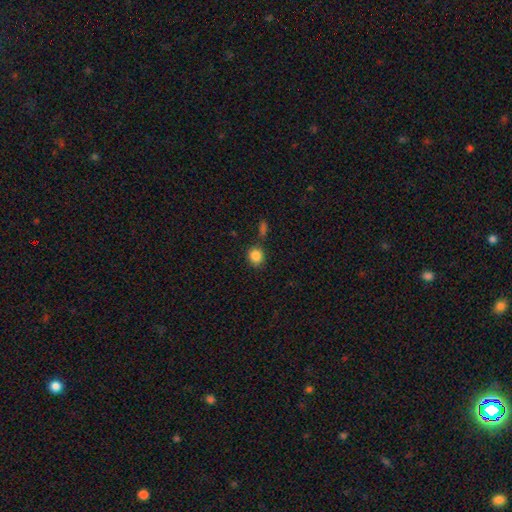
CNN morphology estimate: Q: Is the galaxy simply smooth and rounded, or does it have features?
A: smooth — 86%.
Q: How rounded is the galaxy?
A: round — 79%.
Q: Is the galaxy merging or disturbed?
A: none — 76%.